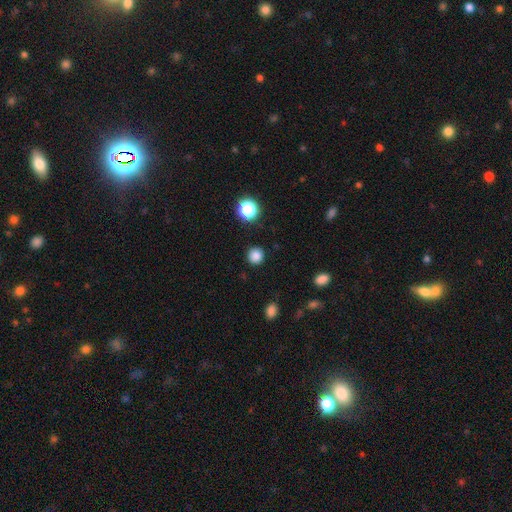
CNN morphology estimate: This appears to be a smooth galaxy with no disk features (83%) that is round (93%). Merging: none (90%).